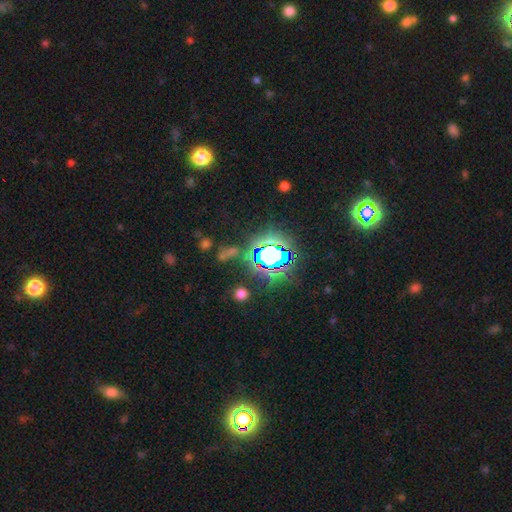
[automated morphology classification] Smooth or featured?
  - star or artifact: 82% *
  - smooth: 12%
  - featured or disk: 7%